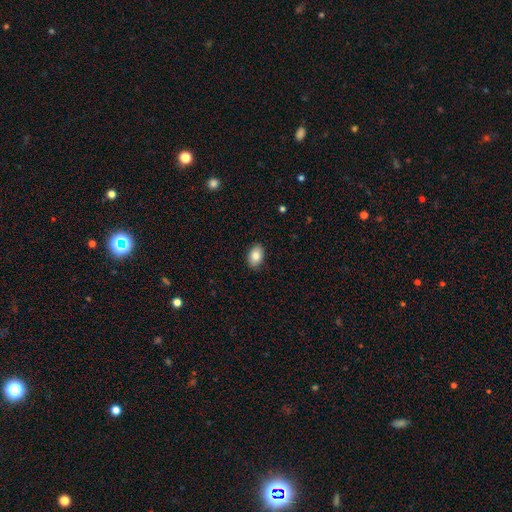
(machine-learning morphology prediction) type=smooth (85%); roundness=in between (87%); merging=none (87%).